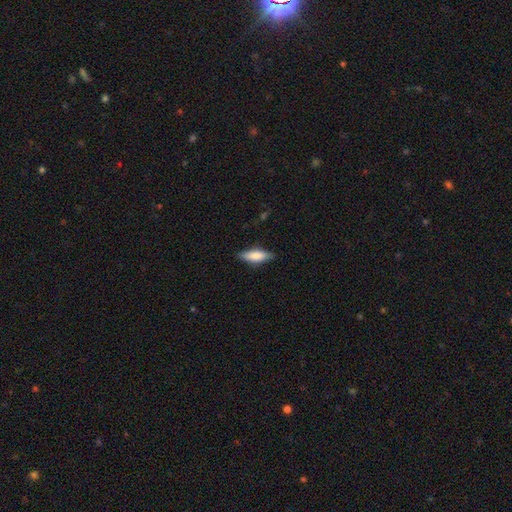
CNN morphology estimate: The model was most divided on "how rounded": in between: 61%, cigar-shaped: 37%, round: 2%. More confident: merging — none (83%); smooth or featured — smooth (78%).